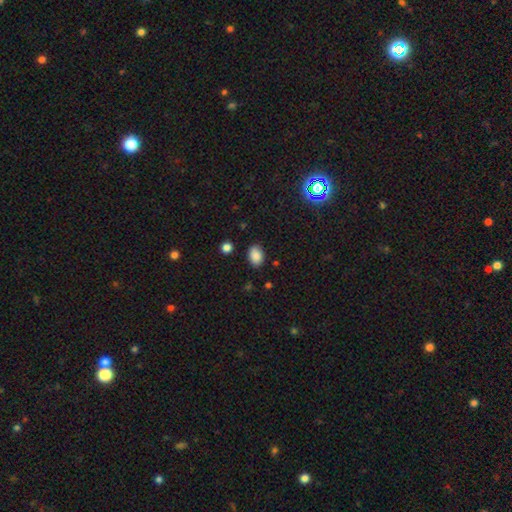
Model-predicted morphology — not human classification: Q: Smooth or featured?
A: smooth (86%); runner-up: star or artifact (9%)
Q: How rounded?
A: in between (79%); runner-up: round (20%)
Q: Merging?
A: none (82%); runner-up: minor disturbance (13%)